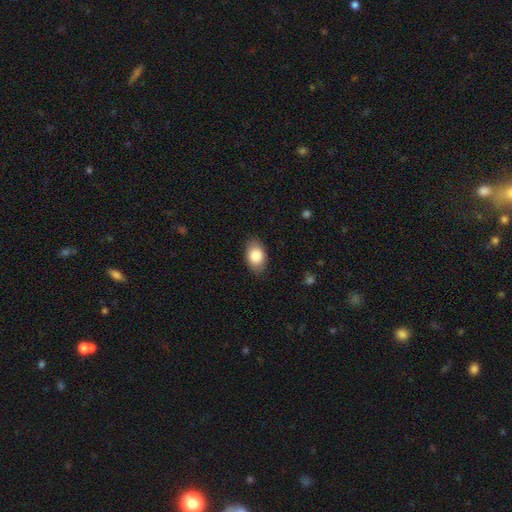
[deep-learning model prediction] Morphology: type=smooth (84%); roundness=in between (89%); merging=none (85%).